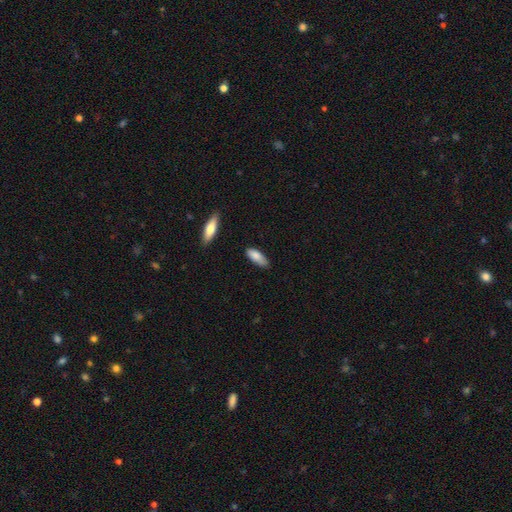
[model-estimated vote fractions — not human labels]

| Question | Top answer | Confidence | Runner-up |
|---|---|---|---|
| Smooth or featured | smooth | 83% | featured or disk (11%) |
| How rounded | in between | 67% | cigar-shaped (31%) |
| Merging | none | 73% | minor disturbance (22%) |